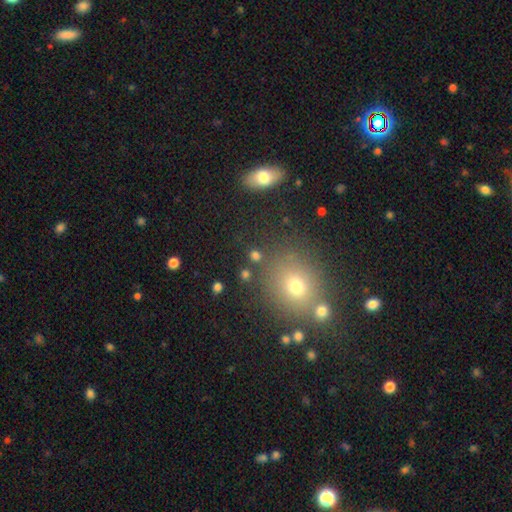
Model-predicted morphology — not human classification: smooth 72%, star or artifact 21%, featured or disk 7%. Down the decision tree: how rounded — round (83%); merging — none (81%).